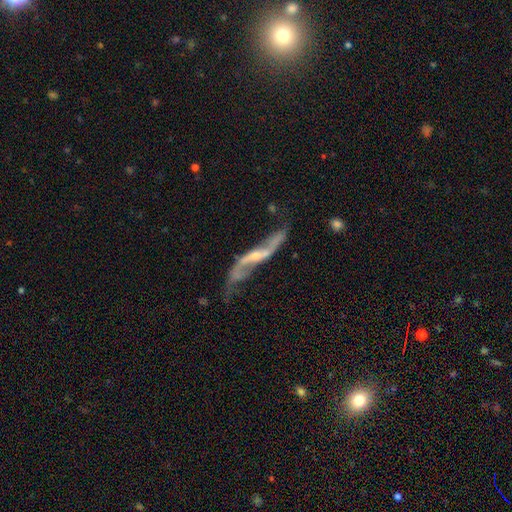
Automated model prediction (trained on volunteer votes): Smooth or featured? featured or disk (83%)
Edge-on disk? no (75%)
Bar? weak (37%)
Spiral arms? yes (89%)
Spiral winding? loose (84%)
Spiral arm count? 2 (88%)
Bulge size? small (55%)
Merging? none (49%)